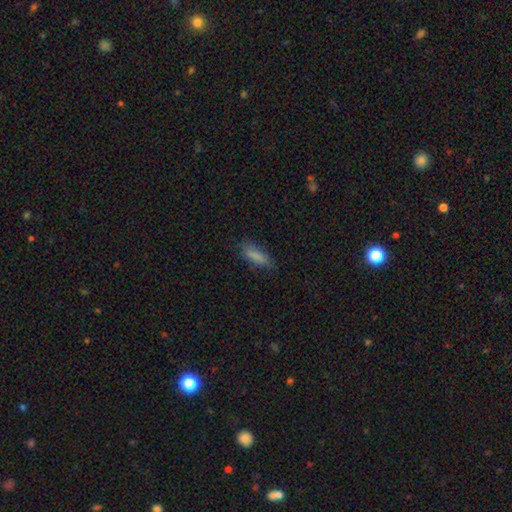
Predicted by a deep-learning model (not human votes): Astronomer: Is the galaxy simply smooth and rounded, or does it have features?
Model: smooth — 82%.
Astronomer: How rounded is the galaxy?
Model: in between — 52% (runner-up: cigar-shaped, 46%).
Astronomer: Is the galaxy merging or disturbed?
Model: none — 75%.